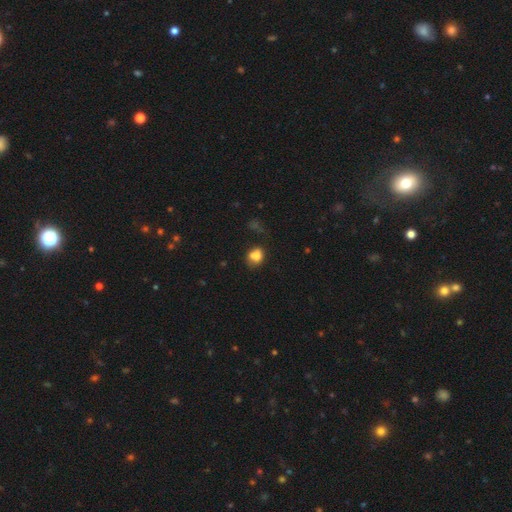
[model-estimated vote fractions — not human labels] smooth 74%, featured or disk 14%, star or artifact 12%. Down the decision tree: how rounded — round (53%); merging — none (36%).